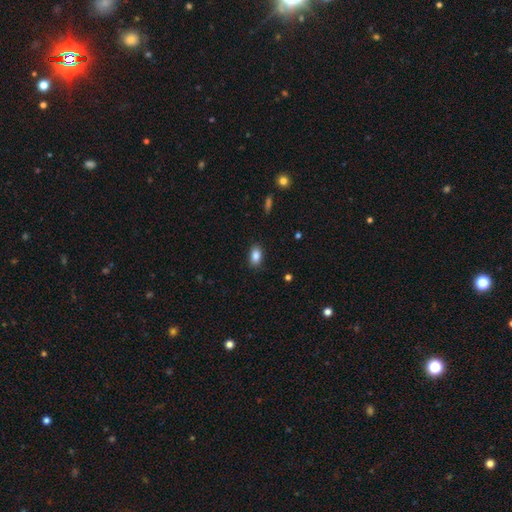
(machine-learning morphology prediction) The model was most divided on "smooth or featured": smooth: 86%, star or artifact: 9%, featured or disk: 6%. More confident: how rounded — in between (89%); merging — none (88%).